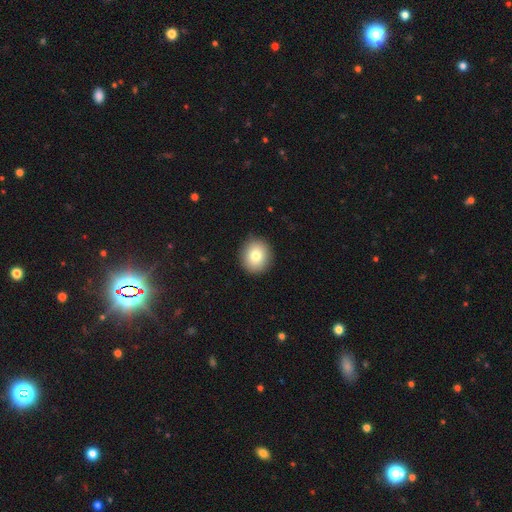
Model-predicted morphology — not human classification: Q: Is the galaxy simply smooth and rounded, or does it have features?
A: smooth — 79%.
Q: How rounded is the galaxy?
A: round — 84%.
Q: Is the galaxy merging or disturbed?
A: none — 91%.